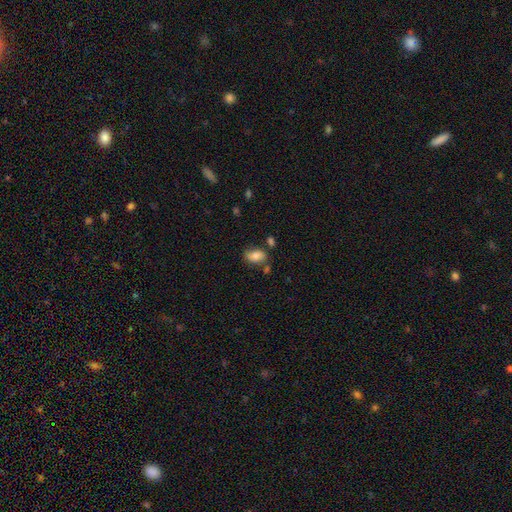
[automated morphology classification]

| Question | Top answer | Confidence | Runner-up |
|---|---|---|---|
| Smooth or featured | smooth | 74% | featured or disk (18%) |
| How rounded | in between | 88% | round (10%) |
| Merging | none | 61% | minor disturbance (23%) |